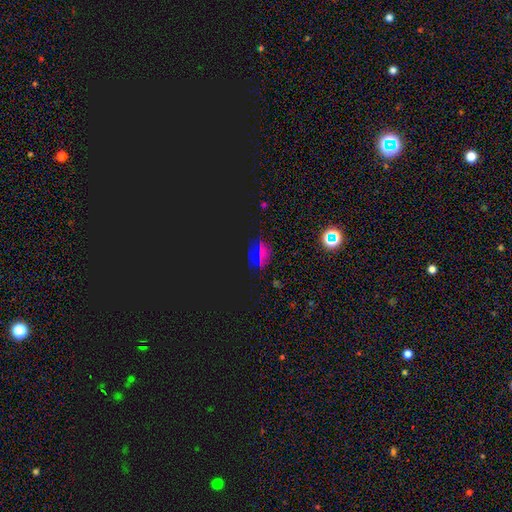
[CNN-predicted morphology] Smooth or featured?
  - star or artifact: 62% *
  - smooth: 29%
  - featured or disk: 9%